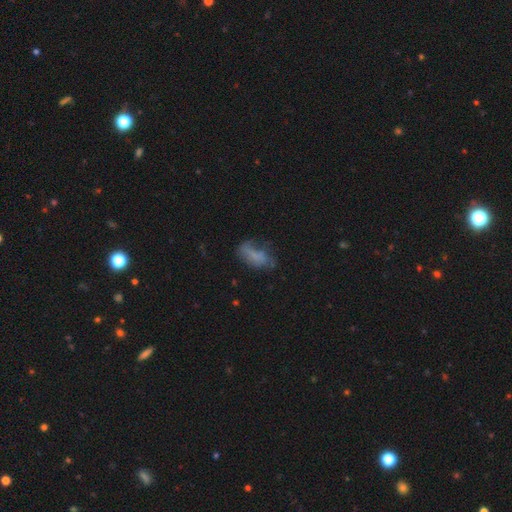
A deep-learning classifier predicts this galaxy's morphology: Overall: smooth (55%; featured or disk 33%). How rounded: in between (84%). Merging: none (37%; minor disturbance 29%).